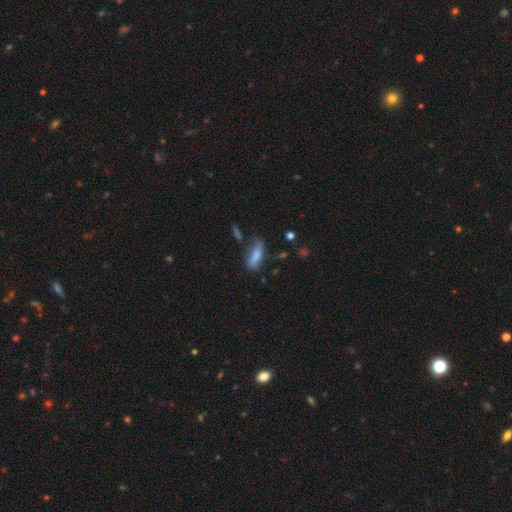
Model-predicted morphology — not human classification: Smooth or featured? smooth (78%)
How rounded? in between (59%)
Merging? none (59%)